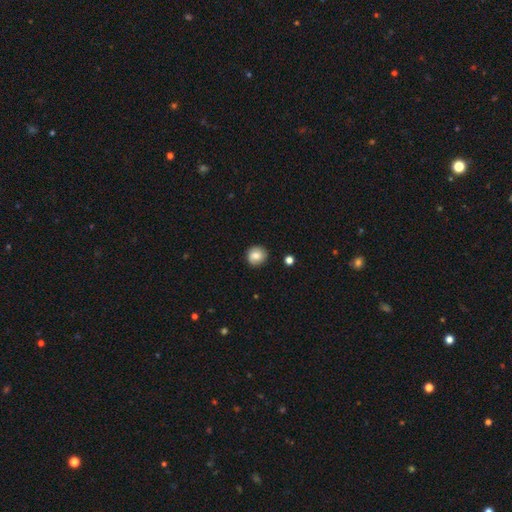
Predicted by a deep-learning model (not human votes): Q: Smooth or featured?
A: smooth (79%); runner-up: featured or disk (12%)
Q: How rounded?
A: round (90%); runner-up: in between (10%)
Q: Merging?
A: none (87%); runner-up: minor disturbance (9%)